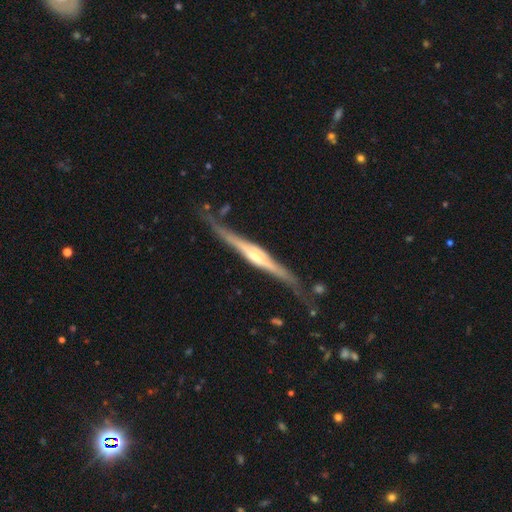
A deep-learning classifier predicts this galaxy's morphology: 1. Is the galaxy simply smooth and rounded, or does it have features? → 84% featured or disk, 12% smooth, 4% star or artifact.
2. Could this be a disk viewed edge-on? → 97% yes, 3% no.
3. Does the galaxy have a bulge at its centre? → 75% rounded, 17% boxy, 8% none.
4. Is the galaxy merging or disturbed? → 75% none, 17% minor disturbance, 5% major disturbance, 3% merger.